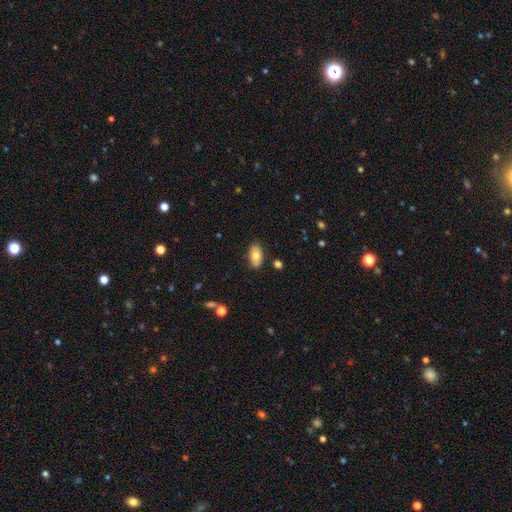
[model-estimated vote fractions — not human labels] A smooth galaxy with no disk features (77%) that is in between round and cigar-shaped (93%). Merging: none (83%).